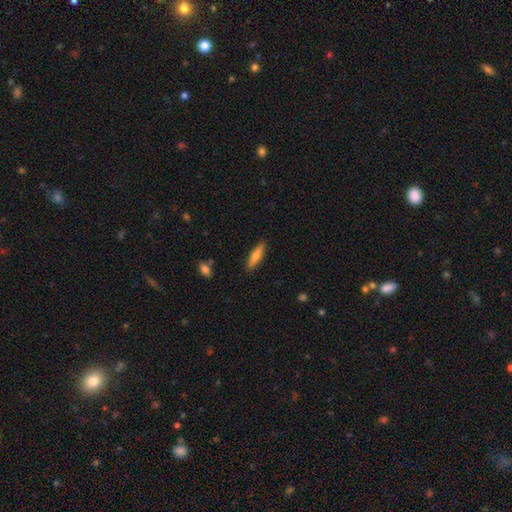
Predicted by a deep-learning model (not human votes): The model was most divided on "smooth or featured": smooth: 65%, featured or disk: 29%, star or artifact: 6%. More confident: merging — none (88%); how rounded — cigar-shaped (73%).